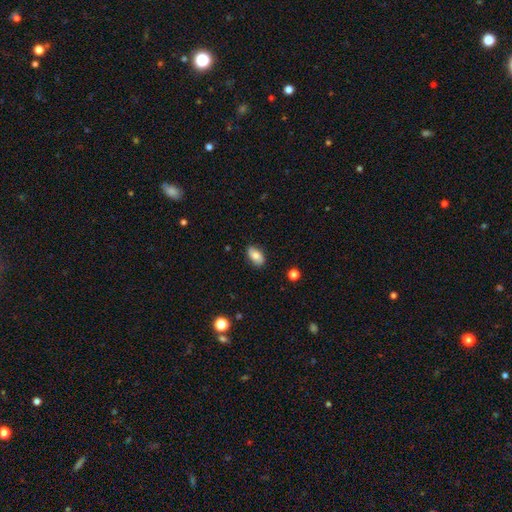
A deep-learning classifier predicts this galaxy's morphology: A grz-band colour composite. It shows a smooth galaxy with no disk features (77%) that is in between round and cigar-shaped (92%). Merging: none (82%).